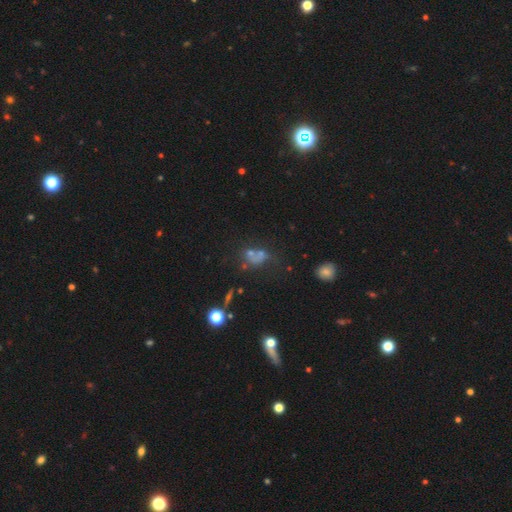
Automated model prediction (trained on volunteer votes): Smooth or featured: smooth — 51% (star or artifact — 25%)
How rounded: in between — 61% (round — 36%)
Merging: merger — 37% (none — 31%)